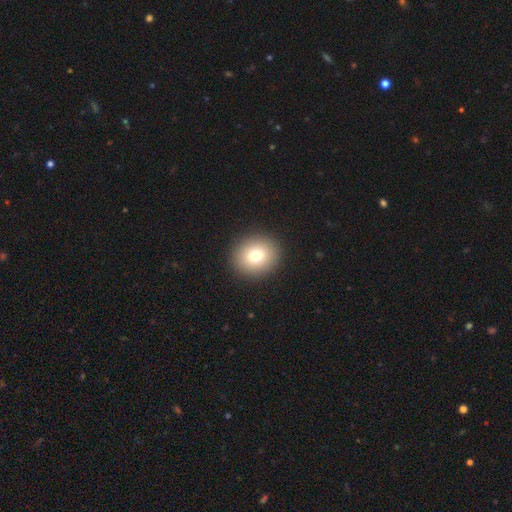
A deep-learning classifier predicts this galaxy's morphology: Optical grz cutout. It shows a smooth galaxy with no disk features (76%) that is round (75%). Merging: none (91%).